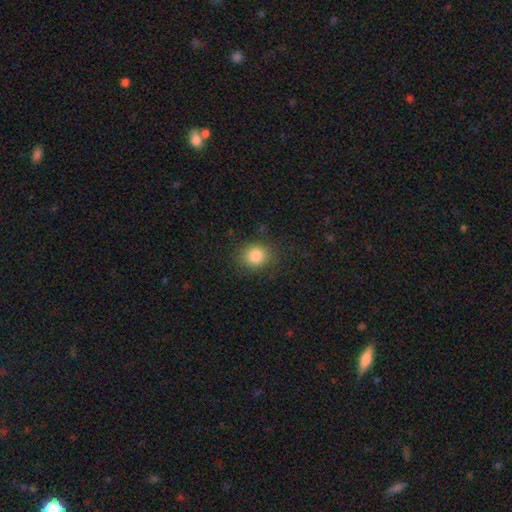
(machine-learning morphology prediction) Smooth or featured: smooth — 85% (star or artifact — 10%)
How rounded: round — 79% (in between — 20%)
Merging: none — 84% (minor disturbance — 11%)